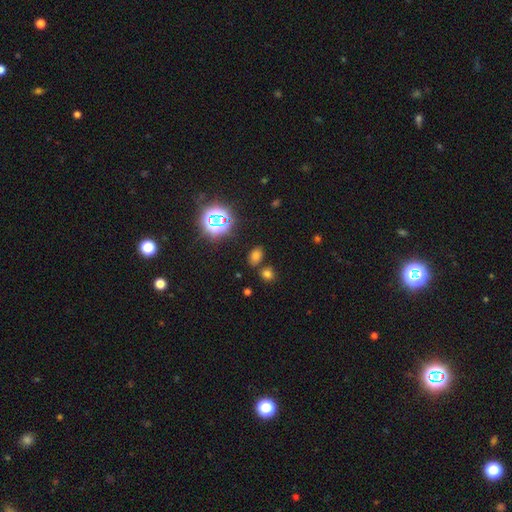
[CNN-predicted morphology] smooth 63%, star or artifact 29%, featured or disk 8%. Down the decision tree: how rounded — in between (81%); merging — none (75%).